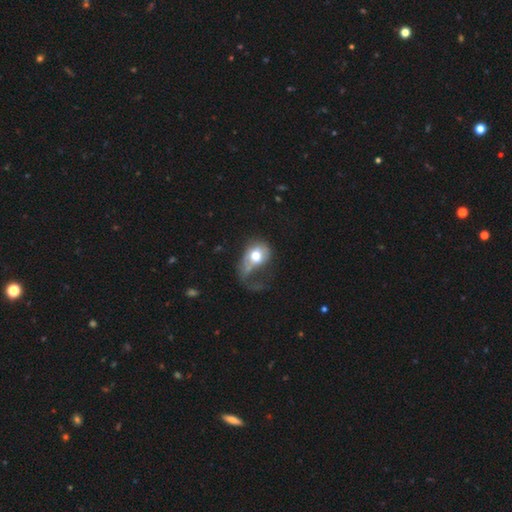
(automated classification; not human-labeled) A smooth galaxy with no disk features (59%) that is in between round and cigar-shaped (51%). Merging: major disturbance (62%).